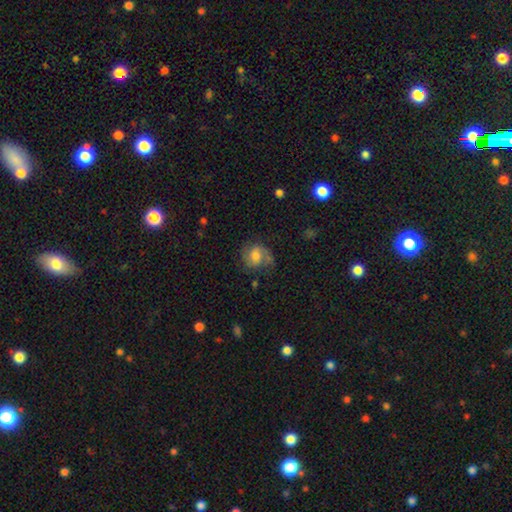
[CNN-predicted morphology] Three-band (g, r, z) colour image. It shows a smooth galaxy with no disk features (47%). Merging: none (53%).